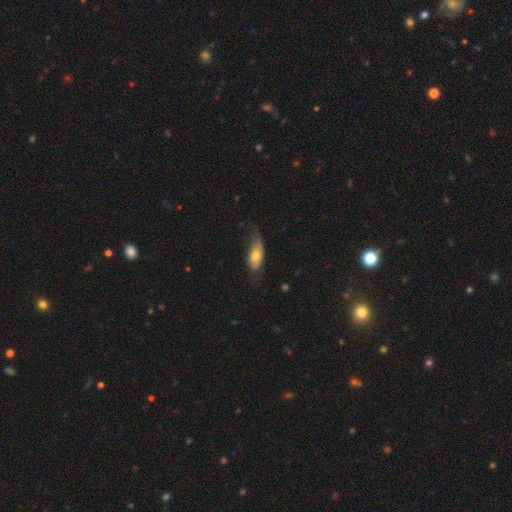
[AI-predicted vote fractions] This is likely a smooth galaxy (68%). How rounded: likely in between (80%). Merging: marginally none (44%).